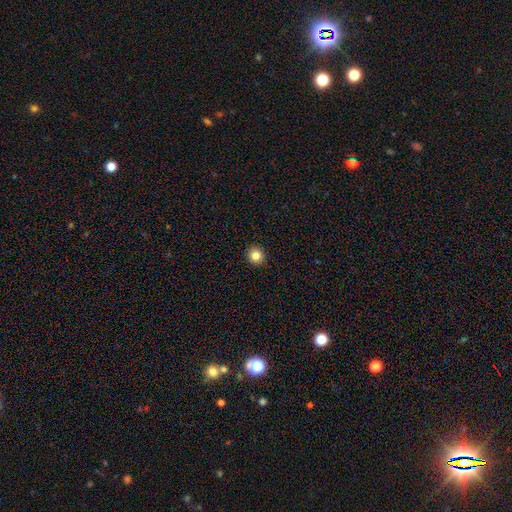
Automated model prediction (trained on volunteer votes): Smooth or featured: smooth — 83% (star or artifact — 11%)
How rounded: round — 92% (in between — 7%)
Merging: none — 93% (minor disturbance — 5%)